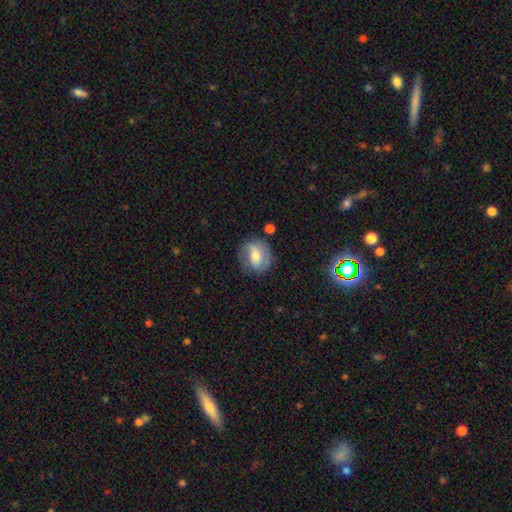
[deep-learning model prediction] Smooth or featured: smooth — 52% (featured or disk — 40%)
How rounded: round — 65% (in between — 33%)
Merging: none — 72% (minor disturbance — 19%)